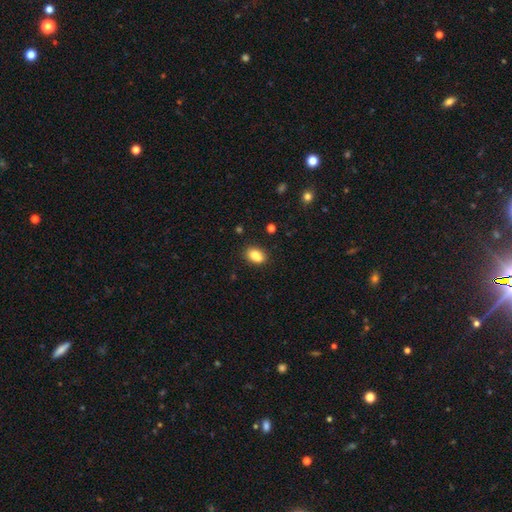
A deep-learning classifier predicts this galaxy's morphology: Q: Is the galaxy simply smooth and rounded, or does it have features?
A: smooth — 83%.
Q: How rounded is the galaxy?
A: in between — 81%.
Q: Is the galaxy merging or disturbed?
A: none — 68%.